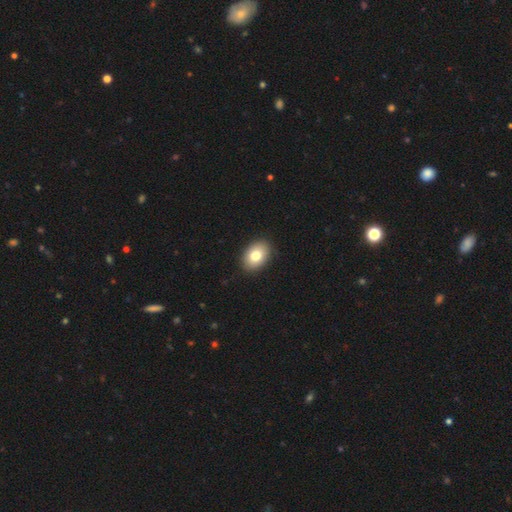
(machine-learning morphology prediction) Smooth or featured? smooth (81%)
How rounded? in between (82%)
Merging? none (90%)